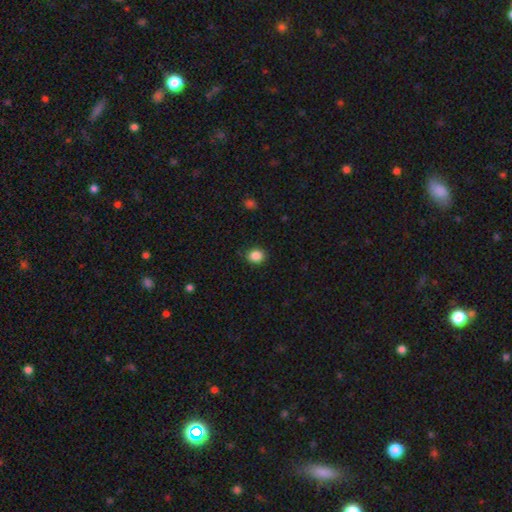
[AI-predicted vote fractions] smooth-or-featured: smooth: 86% | star or artifact: 10% | featured or disk: 4%
  how-rounded: round: 69% | in between: 30% | cigar-shaped: 1%
  merging: none: 86% | minor disturbance: 11% | major disturbance: 3% | merger: 1%